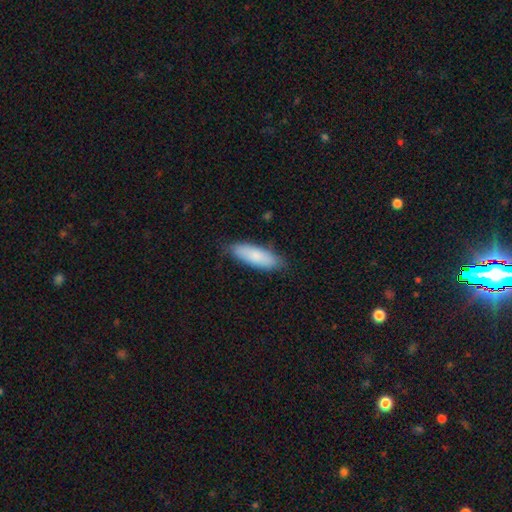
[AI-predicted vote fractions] Overall: smooth (83%). How rounded: in between (60%; cigar-shaped 39%). Merging: none (82%).